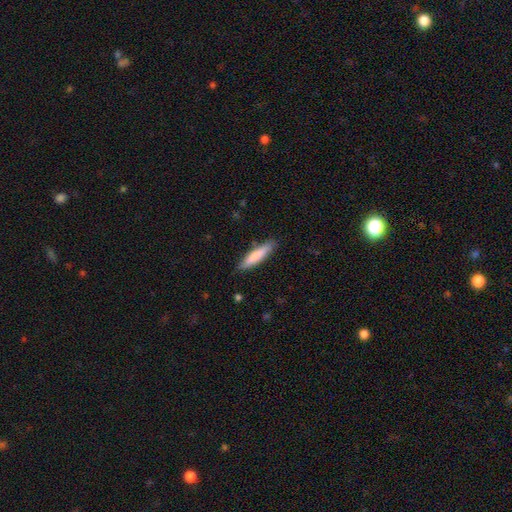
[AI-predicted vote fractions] Smooth or featured?
  - smooth: 78% *
  - featured or disk: 17%
  - star or artifact: 5%
How rounded?
  - cigar-shaped: 81% *
  - in between: 18%
  - round: 1%
Merging?
  - none: 85% *
  - minor disturbance: 11%
  - major disturbance: 2%
  - merger: 1%